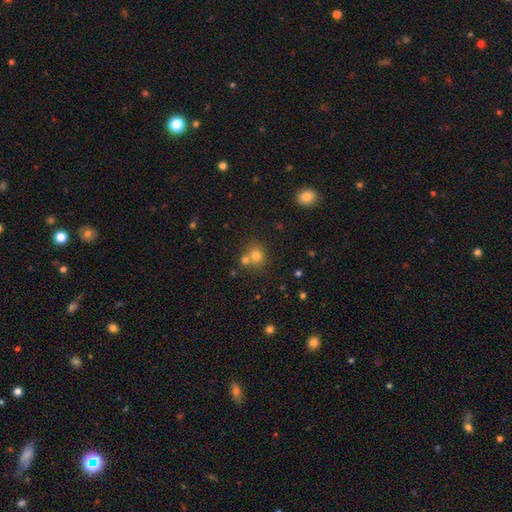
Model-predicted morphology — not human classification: Q: Smooth or featured?
A: smooth (74%); runner-up: star or artifact (15%)
Q: How rounded?
A: round (80%); runner-up: in between (19%)
Q: Merging?
A: none (52%); runner-up: merger (36%)